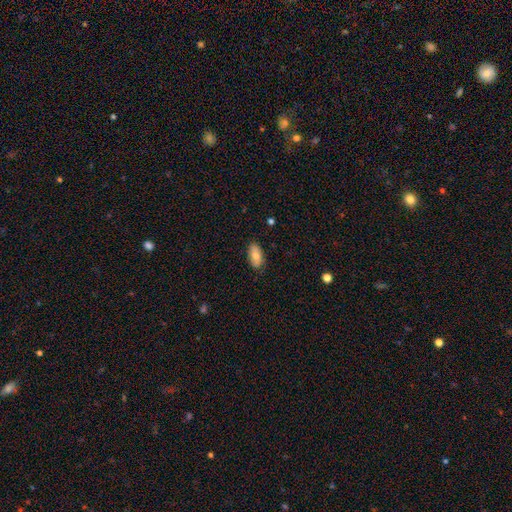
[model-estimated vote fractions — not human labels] This is likely a smooth galaxy (76%). How rounded: clearly in between (93%). Merging: clearly none (83%).